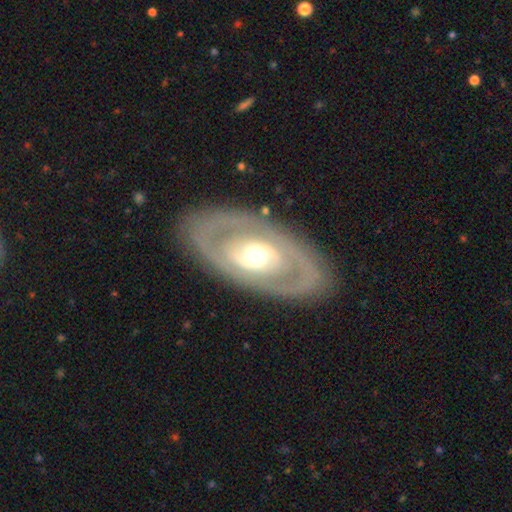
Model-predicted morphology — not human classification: A featured or disk galaxy (75%) with no bar (72%), no spiral arms (62%) and a moderate central bulge (70%). Merging: none (83%).